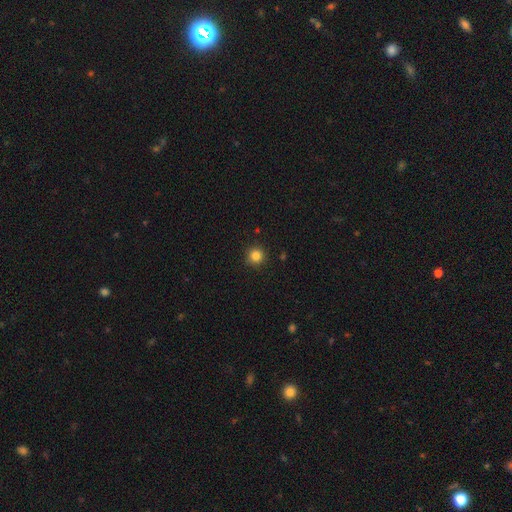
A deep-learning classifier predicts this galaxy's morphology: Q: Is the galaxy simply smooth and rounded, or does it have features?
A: smooth — 84%.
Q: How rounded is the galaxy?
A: round — 95%.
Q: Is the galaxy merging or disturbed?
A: none — 92%.